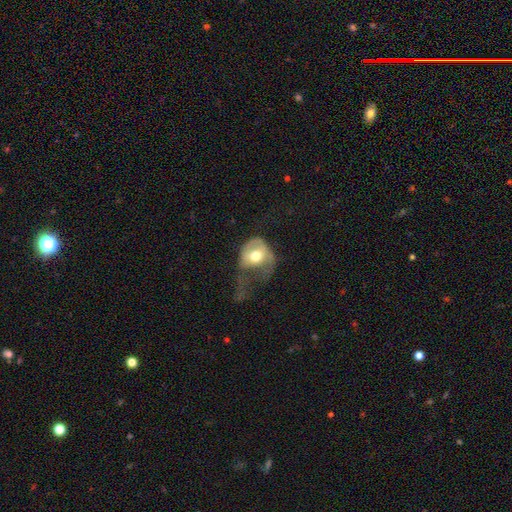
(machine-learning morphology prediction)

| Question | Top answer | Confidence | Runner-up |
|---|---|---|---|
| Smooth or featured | smooth | 57% | featured or disk (36%) |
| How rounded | round | 51% | in between (48%) |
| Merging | major disturbance | 64% | minor disturbance (19%) |